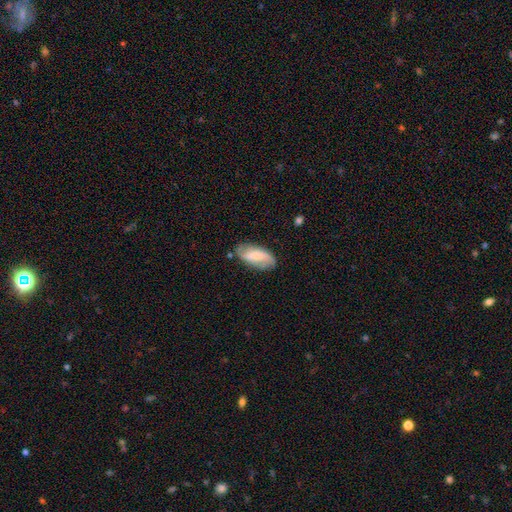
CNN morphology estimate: A featured or disk galaxy (57%) with a weak bar (45%), spiral arms (90%) and a small central bulge (31%). Merging: none (75%).